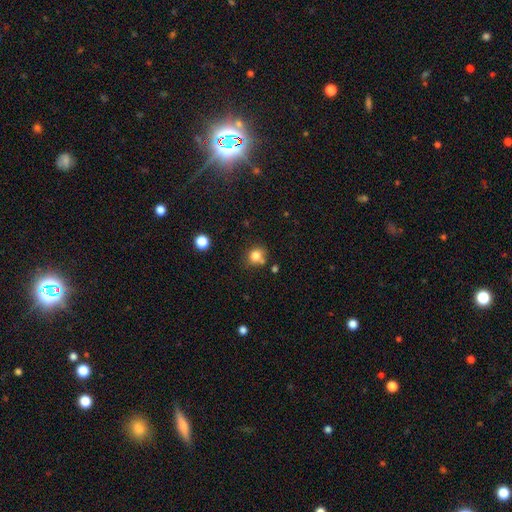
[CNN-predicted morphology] smooth_or_featured: smooth (p=0.81) [alt: star or artifact p=0.12]
how_rounded: round (p=0.76) [alt: in between p=0.23]
merging: none (p=0.68) [alt: minor disturbance p=0.15]